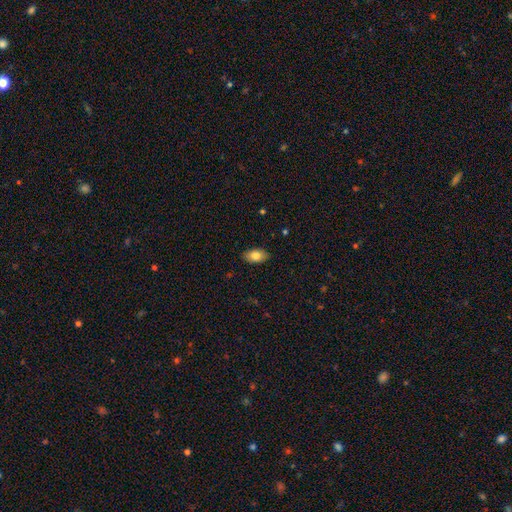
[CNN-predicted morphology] Smooth or featured? smooth (82%)
How rounded? in between (92%)
Merging? none (88%)